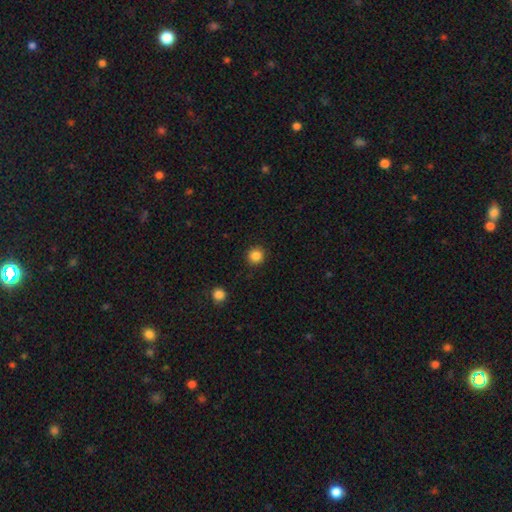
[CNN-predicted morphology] smooth 85%, star or artifact 11%, featured or disk 3%. Down the decision tree: how rounded — round (93%); merging — none (91%).